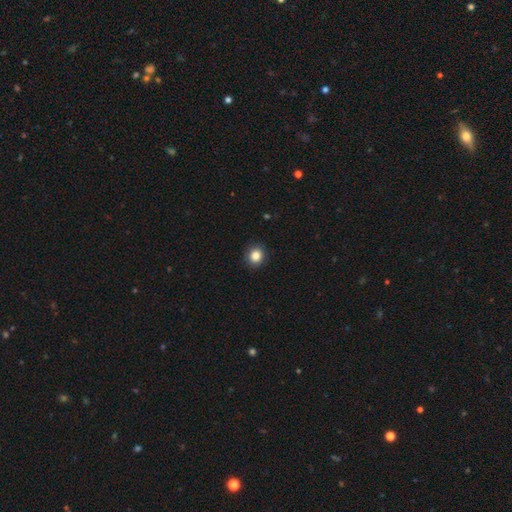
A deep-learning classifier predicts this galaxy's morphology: Smooth or featured? smooth (85%)
How rounded? round (81%)
Merging? none (91%)